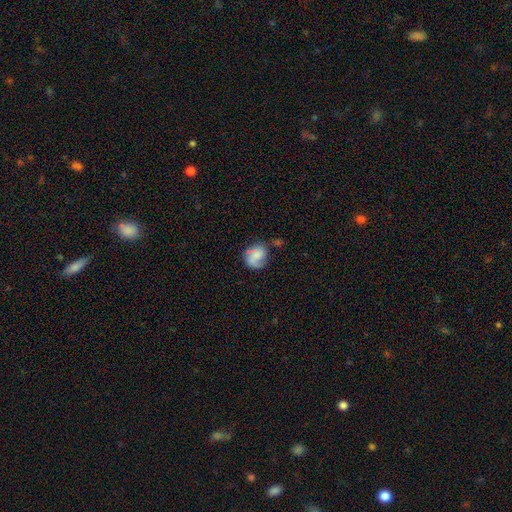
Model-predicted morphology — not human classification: smooth 55%, featured or disk 37%, star or artifact 9%. Down the decision tree: how rounded — round (64%); merging — none (50%).